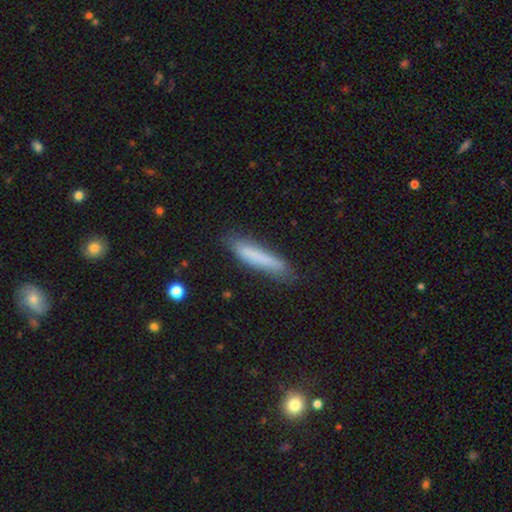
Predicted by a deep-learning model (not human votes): This is likely a smooth galaxy (76%). How rounded: clearly cigar-shaped (89%). Merging: likely none (79%).